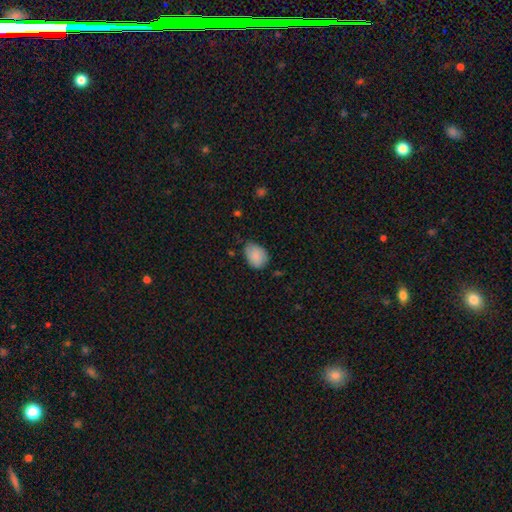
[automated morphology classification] smooth_or_featured: smooth (p=0.85) [alt: featured or disk p=0.08]
how_rounded: in between (p=0.74) [alt: round p=0.25]
merging: none (p=0.60) [alt: minor disturbance p=0.32]